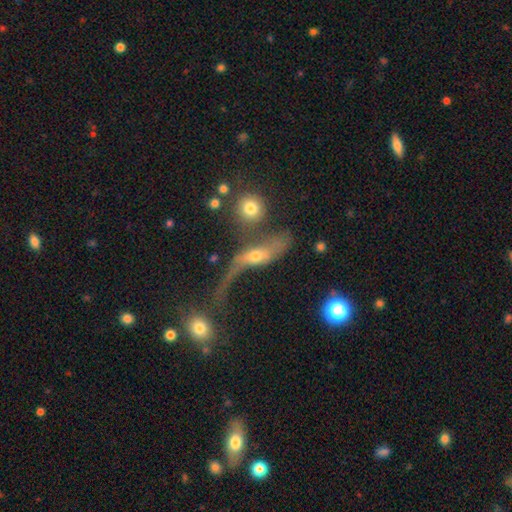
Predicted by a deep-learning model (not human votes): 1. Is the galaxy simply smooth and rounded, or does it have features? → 58% featured or disk, 32% smooth, 10% star or artifact.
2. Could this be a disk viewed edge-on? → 71% no, 29% yes.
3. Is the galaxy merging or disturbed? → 41% major disturbance, 24% merger, 22% none, 13% minor disturbance.